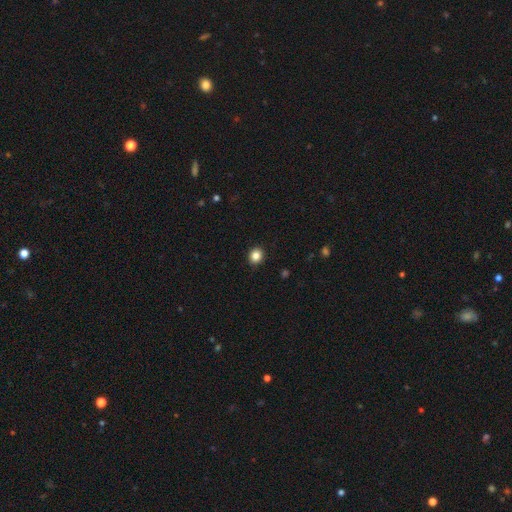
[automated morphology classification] Q: Smooth or featured?
A: smooth (85%); runner-up: star or artifact (11%)
Q: How rounded?
A: round (77%); runner-up: in between (22%)
Q: Merging?
A: none (92%); runner-up: minor disturbance (5%)